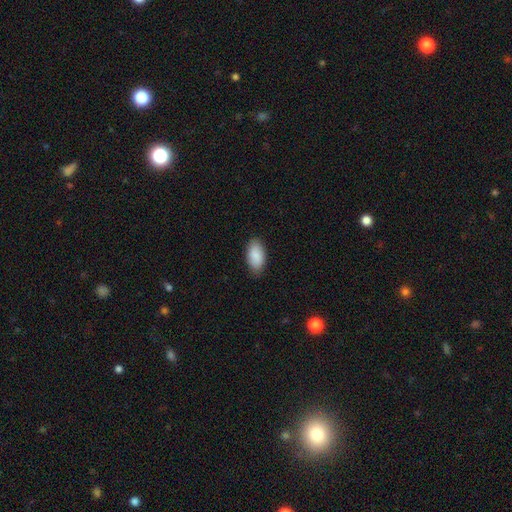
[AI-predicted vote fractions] A smooth galaxy with no disk features (90%) that is in between round and cigar-shaped (95%). Merging: none (84%).